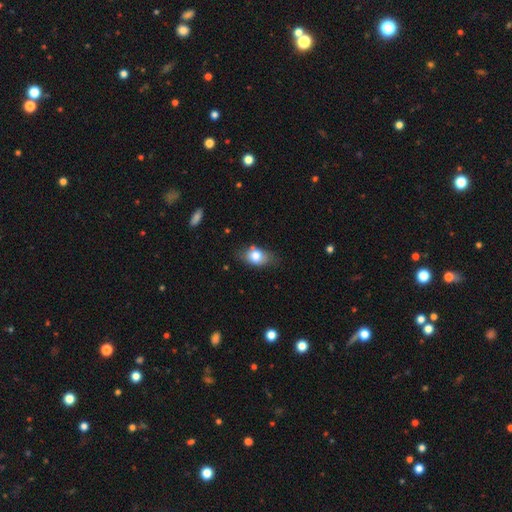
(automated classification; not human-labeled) Morphology: type=smooth (75%); roundness=in between (82%); merging=none (69%).